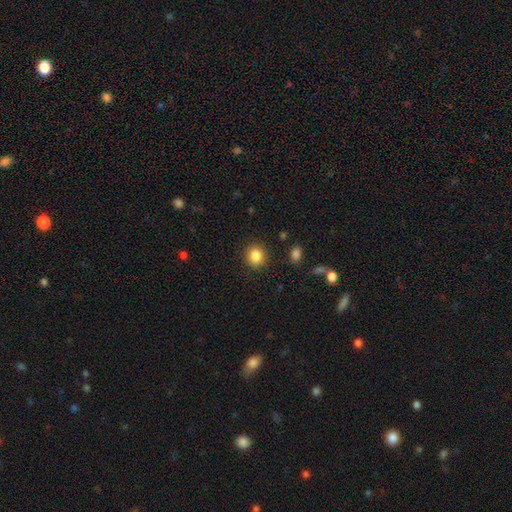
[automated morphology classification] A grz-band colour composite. It shows a smooth galaxy with no disk features (86%) that is round (72%). Merging: none (89%).